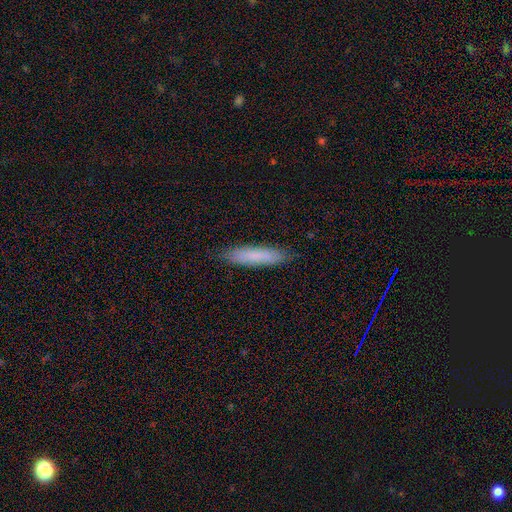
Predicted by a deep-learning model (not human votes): smooth 80%, featured or disk 14%, star or artifact 6%. Down the decision tree: how rounded — cigar-shaped (83%); merging — none (87%).